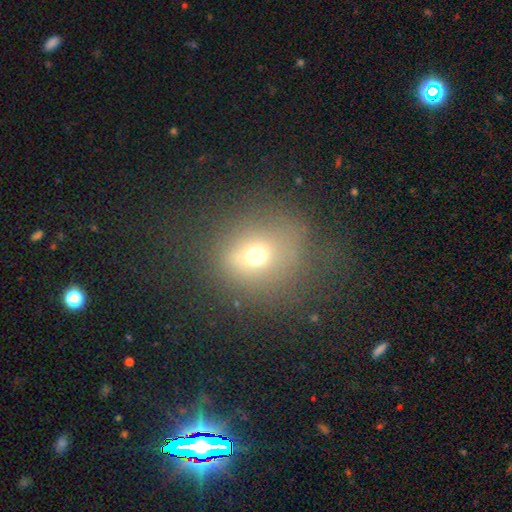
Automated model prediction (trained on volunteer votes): smooth 62%, star or artifact 21%, featured or disk 18%. Down the decision tree: how rounded — round (80%); merging — none (69%).